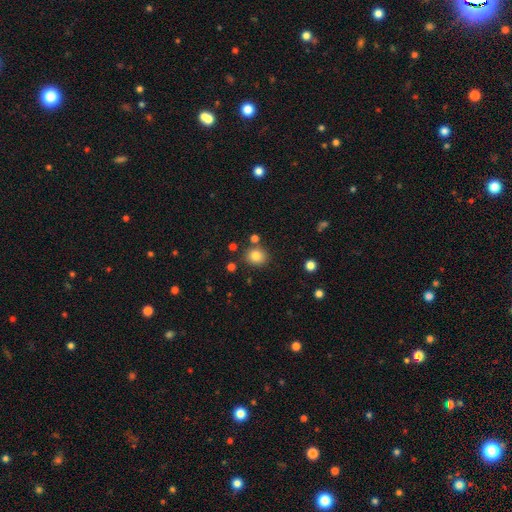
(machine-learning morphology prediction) This is clearly a smooth galaxy (81%). How rounded: likely round (78%). Merging: clearly none (82%).